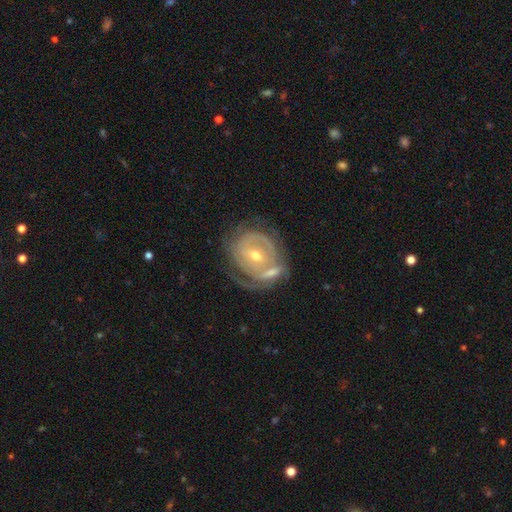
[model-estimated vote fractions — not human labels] Smooth or featured?
  - featured or disk: 83% *
  - smooth: 12%
  - star or artifact: 6%
Edge-on disk?
  - no: 97% *
  - yes: 3%
Bar?
  - weak: 43% *
  - no: 37%
  - strong: 20%
Spiral arms?
  - yes: 85% *
  - no: 15%
Spiral winding?
  - tight: 64% *
  - medium: 27%
  - loose: 9%
Spiral arm count?
  - 2: 42% *
  - can't tell: 31%
  - 3: 11%
  - 1: 10%
  - 4: 3%
  - more than 4: 3%
Bulge size?
  - moderate: 58% *
  - small: 39%
  - large: 2%
  - none: 1%
  - dominant: 1%
Merging?
  - none: 38% *
  - merger: 34%
  - minor disturbance: 16%
  - major disturbance: 12%